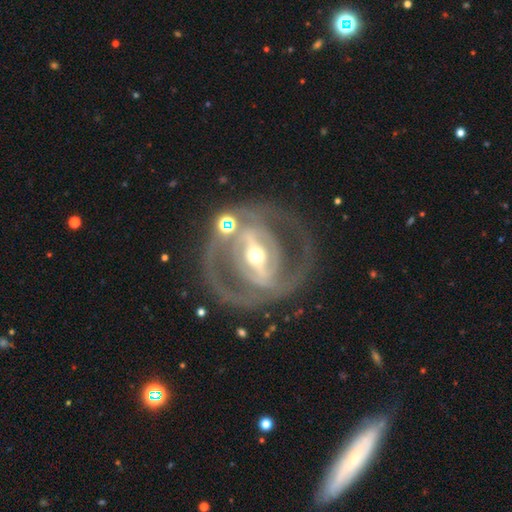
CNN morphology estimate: The model was most divided on "spiral winding": tight: 47%, medium: 37%, loose: 16%. More confident: edge-on disk — no (94%); smooth or featured — featured or disk (85%); spiral arms — yes (66%); bar — strong (65%); merging — none (65%); spiral arm count — 2 (65%); bulge size — moderate (60%).